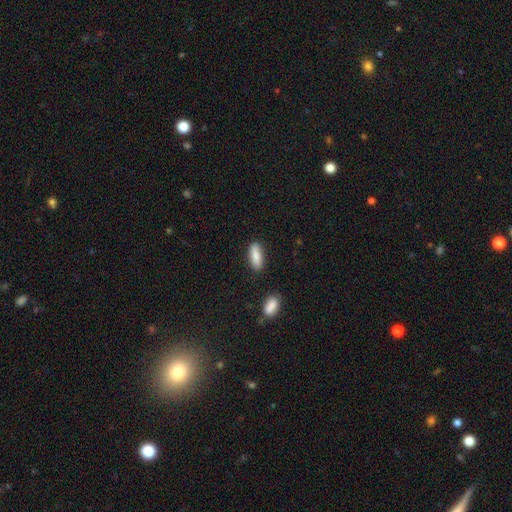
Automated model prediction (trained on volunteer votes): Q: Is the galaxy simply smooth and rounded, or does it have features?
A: smooth — 86%.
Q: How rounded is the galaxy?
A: in between — 63%.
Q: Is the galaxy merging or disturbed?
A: none — 85%.